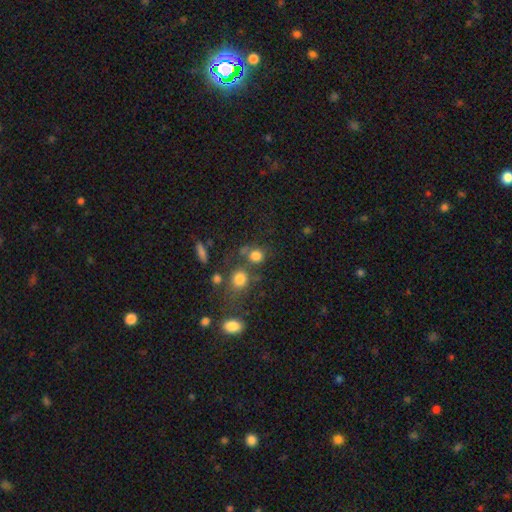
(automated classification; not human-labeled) smooth 79%, star or artifact 14%, featured or disk 7%. Down the decision tree: how rounded — round (82%); merging — none (58%).